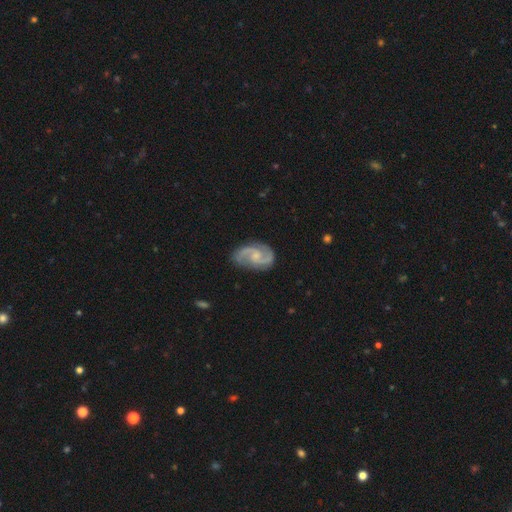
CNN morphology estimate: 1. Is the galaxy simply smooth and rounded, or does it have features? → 89% featured or disk, 7% smooth, 4% star or artifact.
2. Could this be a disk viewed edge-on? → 98% no, 2% yes.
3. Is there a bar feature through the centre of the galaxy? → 49% no, 45% weak, 7% strong.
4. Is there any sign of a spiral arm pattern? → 98% yes, 2% no.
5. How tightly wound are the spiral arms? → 57% medium, 25% loose, 18% tight.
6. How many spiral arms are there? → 92% 2, 3% can't tell, 2% 3, 2% 1, 1% 4, 1% more than 4.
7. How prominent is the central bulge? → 48% small, 32% moderate, 17% none, 2% large, 1% dominant.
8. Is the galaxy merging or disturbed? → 78% none, 16% minor disturbance, 4% major disturbance, 1% merger.